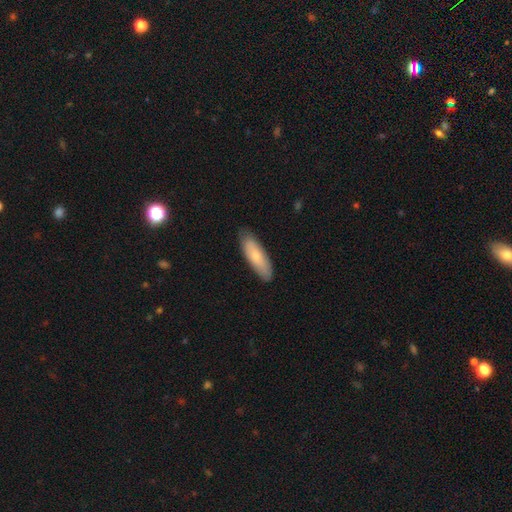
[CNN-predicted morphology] smooth_or_featured: smooth (p=0.73) [alt: featured or disk p=0.21]
how_rounded: in between (p=0.54) [alt: cigar-shaped p=0.44]
merging: none (p=0.82) [alt: minor disturbance p=0.14]